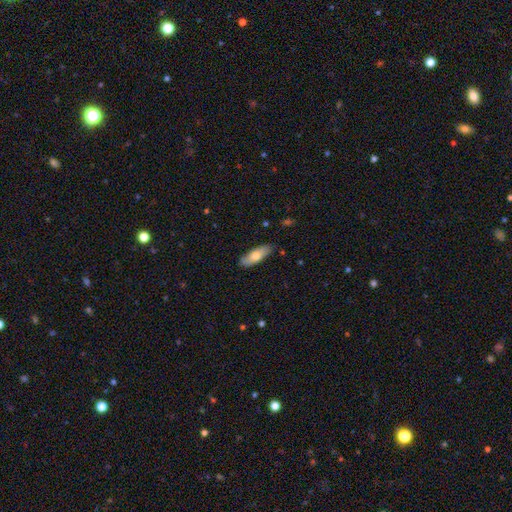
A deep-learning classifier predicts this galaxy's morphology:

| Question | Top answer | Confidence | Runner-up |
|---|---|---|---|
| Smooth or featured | smooth | 67% | featured or disk (27%) |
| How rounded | in between | 63% | cigar-shaped (35%) |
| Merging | none | 84% | minor disturbance (13%) |